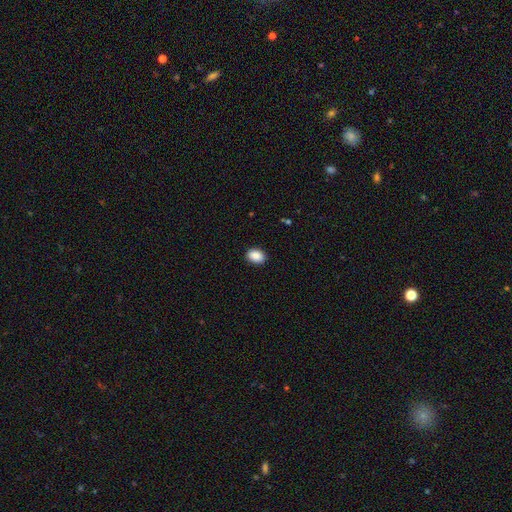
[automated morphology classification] Overall: smooth (89%). How rounded: in between (73%). Merging: none (90%).